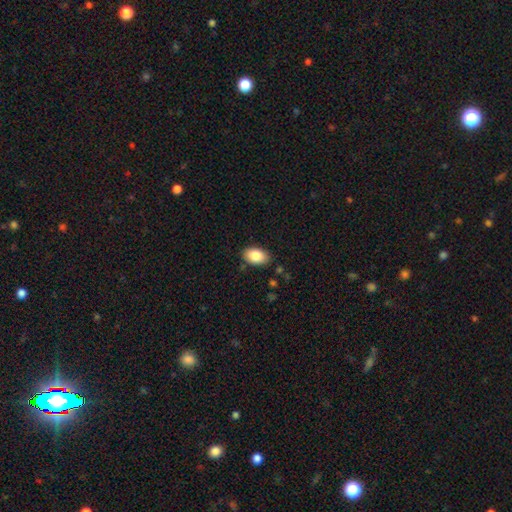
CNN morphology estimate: Smooth or featured? smooth (87%)
How rounded? in between (91%)
Merging? none (85%)